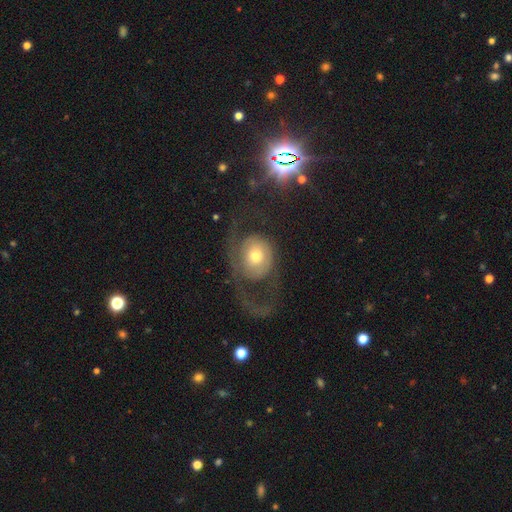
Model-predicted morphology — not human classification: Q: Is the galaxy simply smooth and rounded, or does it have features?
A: featured or disk — 62%.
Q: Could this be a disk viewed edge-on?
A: no — 96%.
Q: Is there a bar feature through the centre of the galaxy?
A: no — 78%.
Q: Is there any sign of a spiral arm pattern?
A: yes — 70%.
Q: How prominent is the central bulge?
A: moderate — 53%.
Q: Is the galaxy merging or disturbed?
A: major disturbance — 47%.